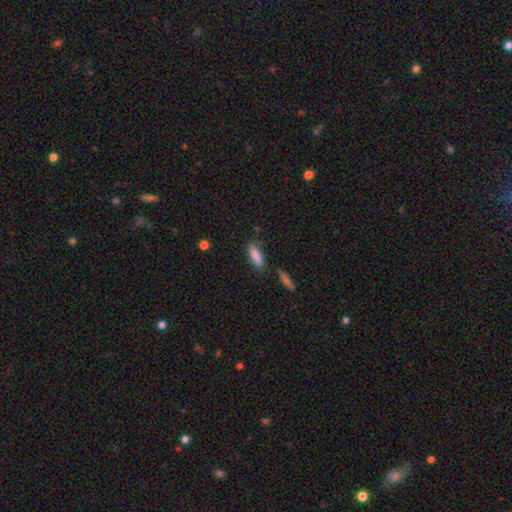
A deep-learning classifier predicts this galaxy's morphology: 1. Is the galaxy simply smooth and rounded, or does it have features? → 84% smooth, 9% featured or disk, 8% star or artifact.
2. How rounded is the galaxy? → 54% in between, 44% cigar-shaped, 2% round.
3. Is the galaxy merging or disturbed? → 71% none, 18% minor disturbance, 7% merger, 5% major disturbance.